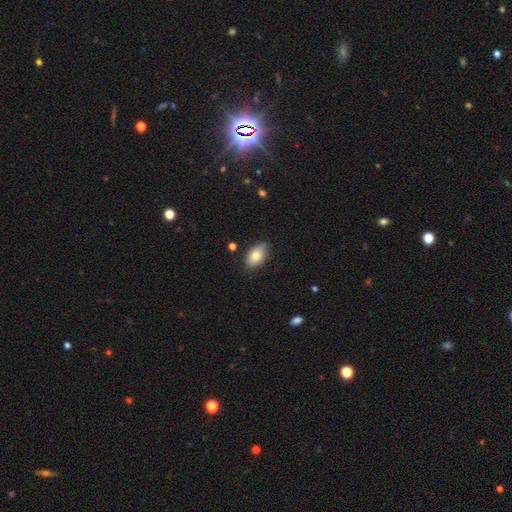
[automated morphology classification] smooth 81%, featured or disk 12%, star or artifact 7%. Down the decision tree: how rounded — in between (92%); merging — none (81%).